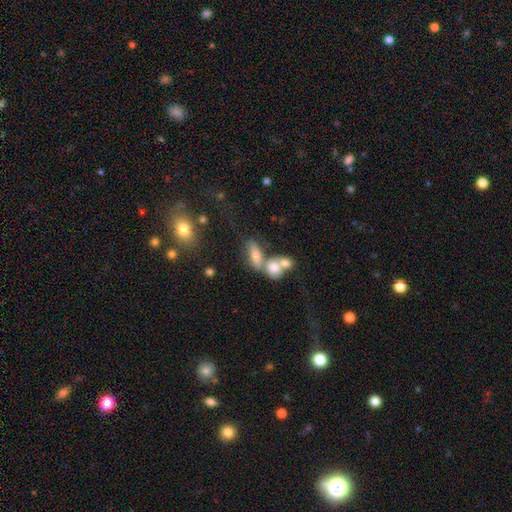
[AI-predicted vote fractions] This is likely a smooth galaxy (66%). How rounded: likely in between (63%). Merging: possibly merger (47%).